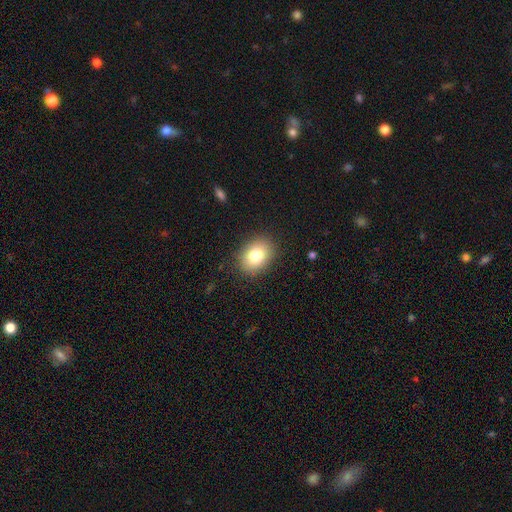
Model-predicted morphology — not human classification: A smooth galaxy with no disk features (80%) that is in between round and cigar-shaped (64%). Merging: none (87%).